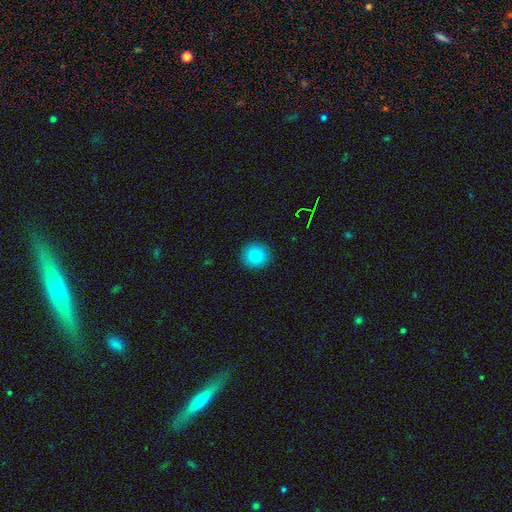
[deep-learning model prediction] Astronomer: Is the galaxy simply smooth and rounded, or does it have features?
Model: smooth — 84%.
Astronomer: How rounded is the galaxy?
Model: round — 90%.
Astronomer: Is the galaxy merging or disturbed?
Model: none — 91%.